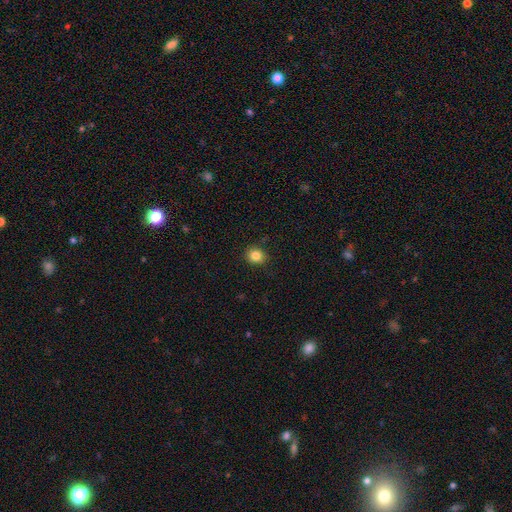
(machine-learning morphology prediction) Smooth or featured: smooth — 83% (star or artifact — 11%)
How rounded: round — 75% (in between — 24%)
Merging: none — 89% (minor disturbance — 8%)